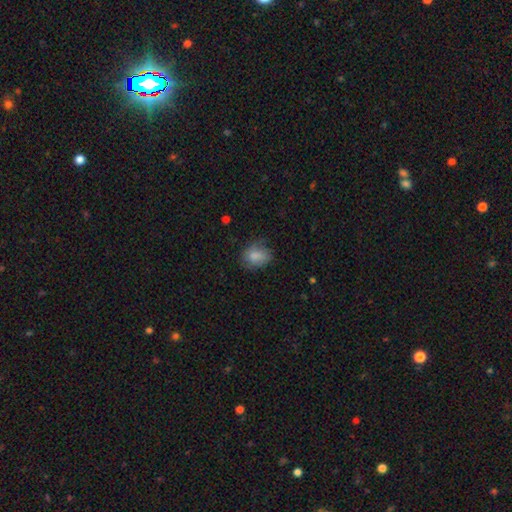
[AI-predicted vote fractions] A smooth galaxy with no disk features (78%) that is in between round and cigar-shaped (57%).

Vote fractions:
- Smooth or featured? smooth: 78% / featured or disk: 14% / star or artifact: 8%
- How rounded? in between: 57% / round: 42% / cigar-shaped: 1%
- Merging? none: 57% / minor disturbance: 30% / major disturbance: 12% / merger: 2%